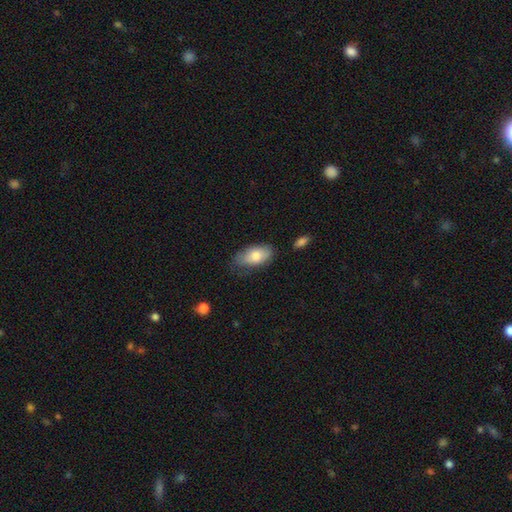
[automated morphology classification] The model was most divided on "merging": none: 67%, minor disturbance: 25%, major disturbance: 6%, merger: 3%. More confident: how rounded — in between (92%); smooth or featured — smooth (80%).